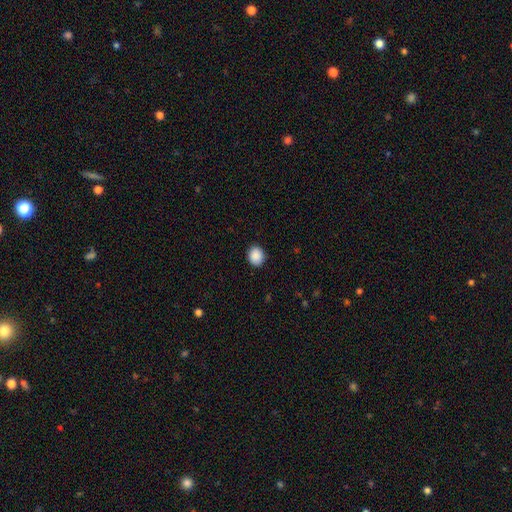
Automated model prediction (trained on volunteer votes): Smooth or featured: smooth — 90% (star or artifact — 8%)
How rounded: round — 61% (in between — 38%)
Merging: none — 89% (minor disturbance — 8%)